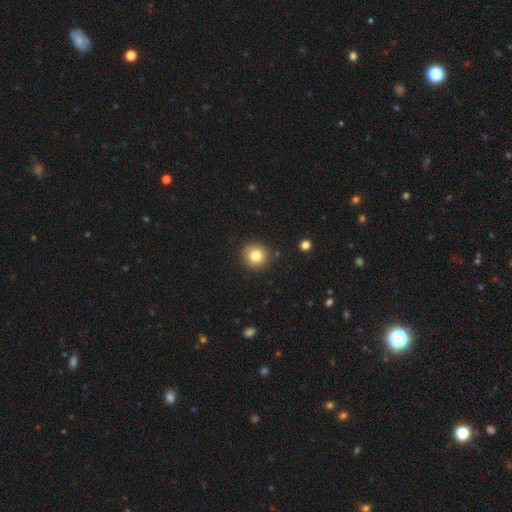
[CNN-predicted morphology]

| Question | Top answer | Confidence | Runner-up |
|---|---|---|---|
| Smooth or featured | smooth | 80% | star or artifact (11%) |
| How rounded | round | 94% | in between (6%) |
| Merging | none | 89% | minor disturbance (7%) |